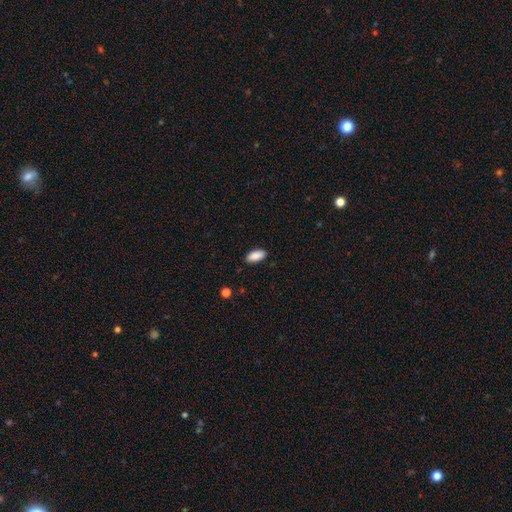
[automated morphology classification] smooth 89%, star or artifact 7%, featured or disk 4%. Down the decision tree: how rounded — in between (91%); merging — none (88%).